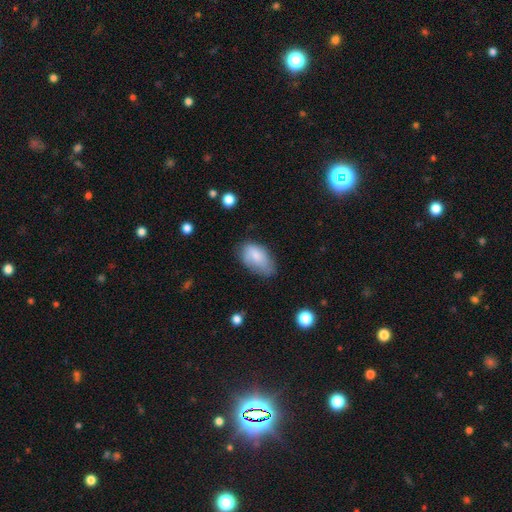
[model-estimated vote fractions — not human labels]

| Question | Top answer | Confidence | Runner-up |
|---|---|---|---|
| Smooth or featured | smooth | 78% | featured or disk (15%) |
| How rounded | in between | 93% | round (5%) |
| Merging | none | 52% | minor disturbance (36%) |